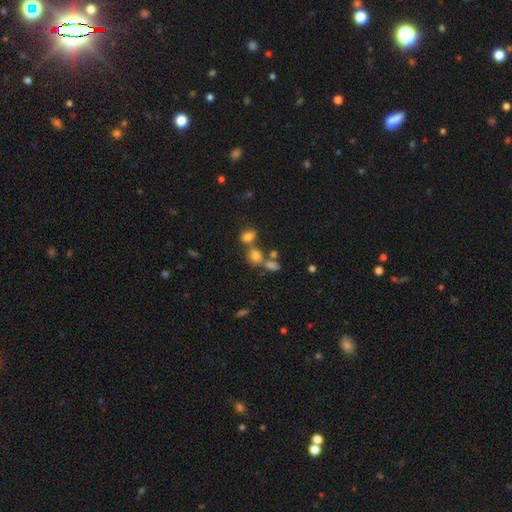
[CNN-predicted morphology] smooth-or-featured: smooth: 73% | star or artifact: 16% | featured or disk: 11%
  how-rounded: round: 59% | in between: 38% | cigar-shaped: 2%
  merging: none: 48% | merger: 35% | minor disturbance: 11% | major disturbance: 6%